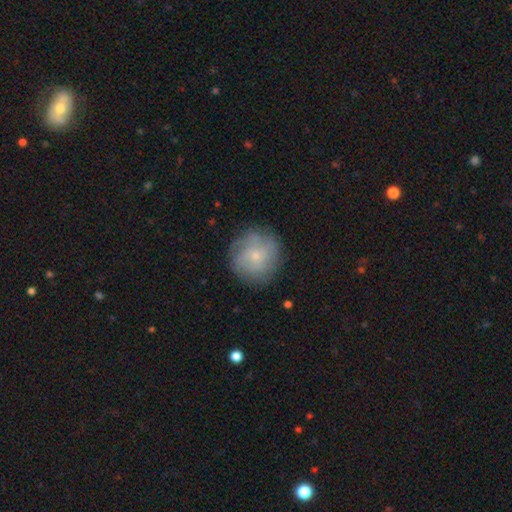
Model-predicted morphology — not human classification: A smooth galaxy with no disk features (55%) that is round (92%).

Vote fractions:
- Smooth or featured? smooth: 55% / featured or disk: 36% / star or artifact: 9%
- How rounded? round: 92% / in between: 7% / cigar-shaped: 1%
- Merging? none: 80% / minor disturbance: 14% / major disturbance: 5% / merger: 1%